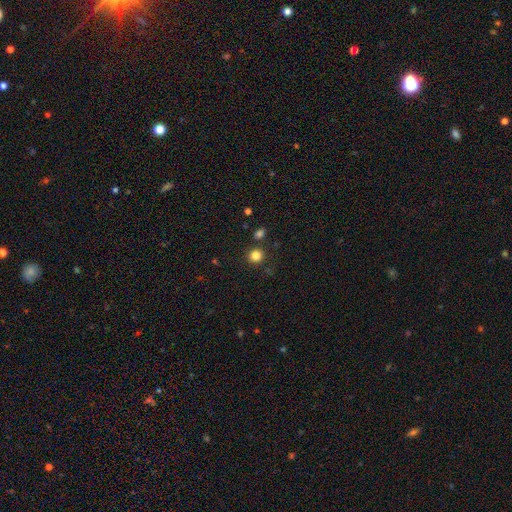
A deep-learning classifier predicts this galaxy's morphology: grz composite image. It shows a smooth galaxy with no disk features (83%) that is round (92%). Merging: none (85%).